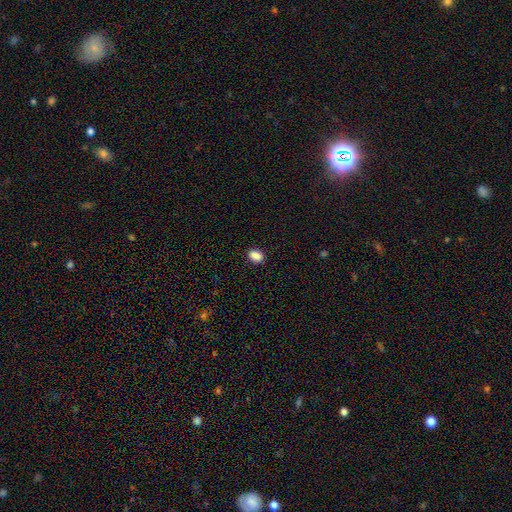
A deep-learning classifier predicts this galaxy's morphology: This is clearly a smooth galaxy (89%). How rounded: likely in between (77%). Merging: clearly none (89%).